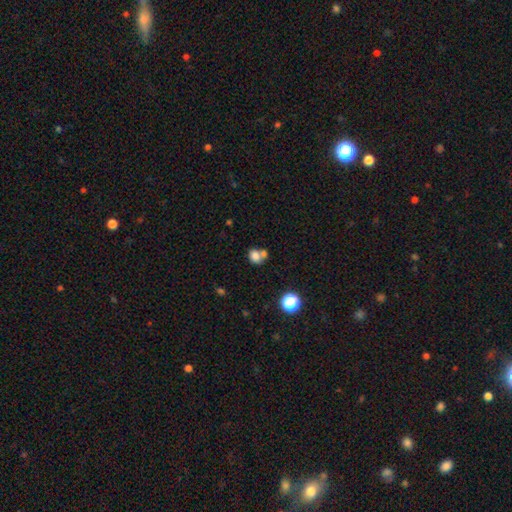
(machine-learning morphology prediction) smooth 77%, star or artifact 12%, featured or disk 10%. Down the decision tree: how rounded — round (54%); merging — merger (46%).